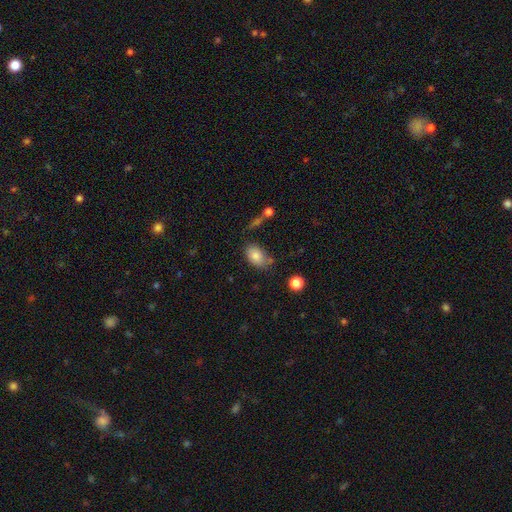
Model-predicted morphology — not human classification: Smooth or featured? Predicted: smooth (p=0.82). How rounded? Predicted: in between (p=0.86). Merging? Predicted: none (p=0.60).